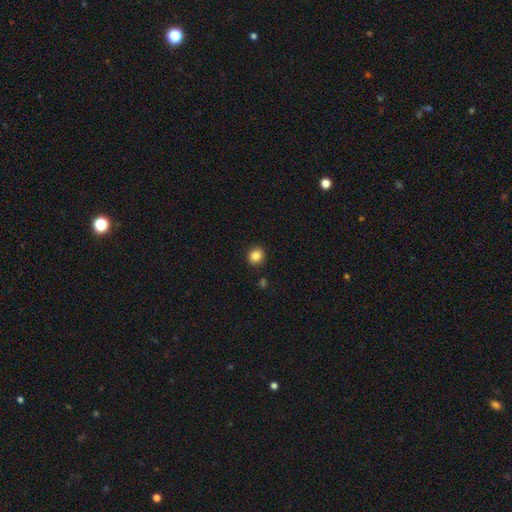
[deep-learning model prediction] smooth-or-featured: smooth: 86% | star or artifact: 10% | featured or disk: 4%
  how-rounded: round: 82% | in between: 18% | cigar-shaped: 1%
  merging: none: 90% | minor disturbance: 6% | major disturbance: 2% | merger: 2%